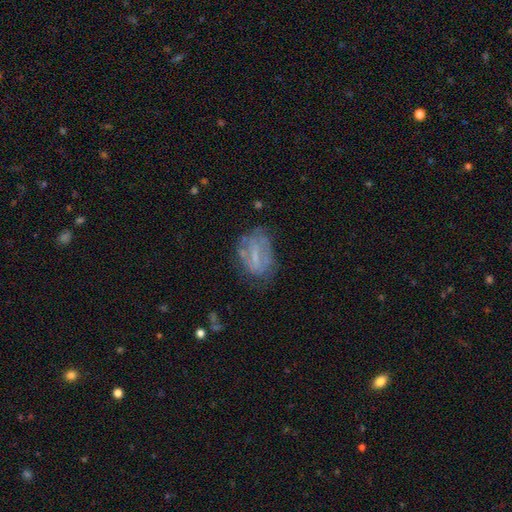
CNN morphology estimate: Q: Smooth or featured?
A: featured or disk (56%); runner-up: smooth (33%)
Q: Edge-on disk?
A: no (94%); runner-up: yes (6%)
Q: Bar?
A: weak (43%); runner-up: strong (29%)
Q: Spiral arms?
A: no (58%); runner-up: yes (42%)
Q: Bulge size?
A: small (41%); runner-up: none (39%)
Q: Merging?
A: none (52%); runner-up: minor disturbance (26%)